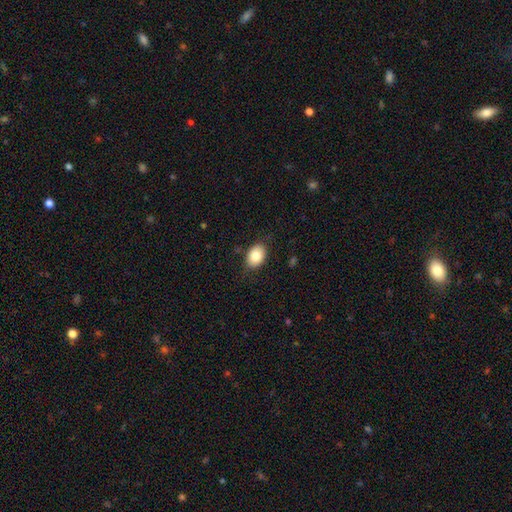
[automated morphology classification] Smooth or featured? Predicted: smooth (p=0.84). How rounded? Predicted: in between (p=0.79). Merging? Predicted: none (p=0.83).